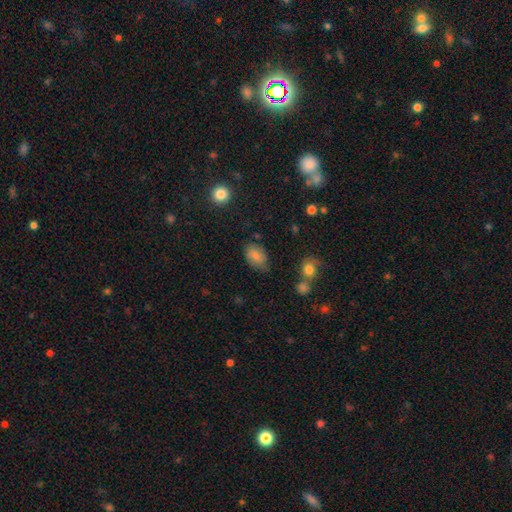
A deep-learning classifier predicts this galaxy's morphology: type=smooth (77%); roundness=in between (88%); merging=none (70%).